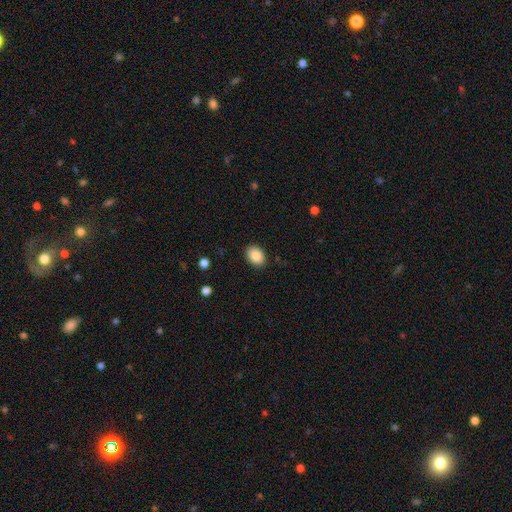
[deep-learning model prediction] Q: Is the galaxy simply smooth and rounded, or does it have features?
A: smooth — 87%.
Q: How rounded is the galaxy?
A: in between — 70%.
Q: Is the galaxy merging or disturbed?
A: none — 89%.